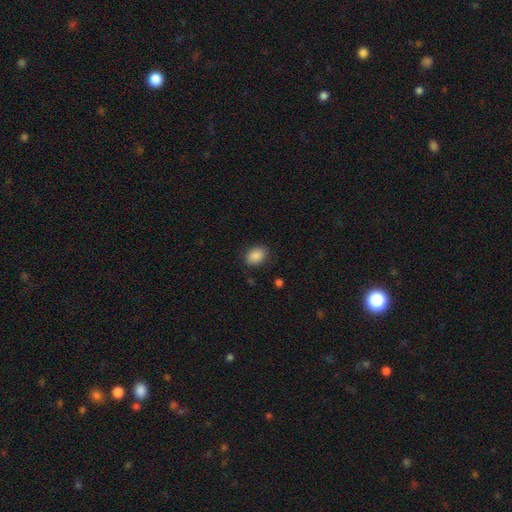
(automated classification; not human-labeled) Smooth or featured: smooth — 88% (star or artifact — 8%)
How rounded: in between — 75% (round — 24%)
Merging: none — 84% (minor disturbance — 12%)